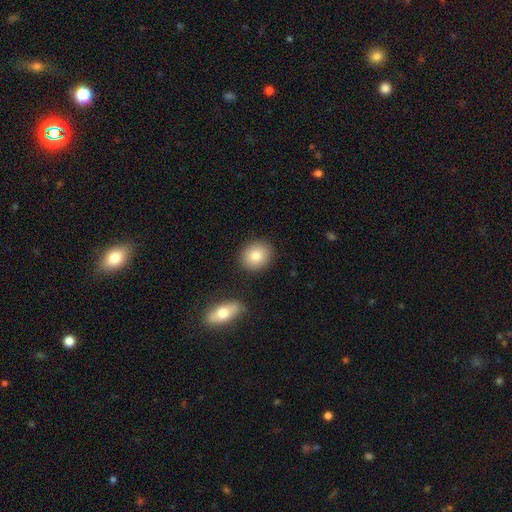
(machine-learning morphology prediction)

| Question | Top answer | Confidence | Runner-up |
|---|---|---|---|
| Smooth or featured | smooth | 84% | featured or disk (9%) |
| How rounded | round | 65% | in between (34%) |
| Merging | none | 86% | minor disturbance (9%) |